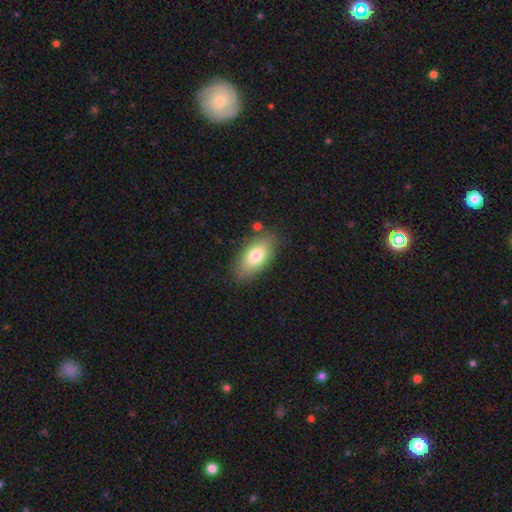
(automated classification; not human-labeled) smooth_or_featured: smooth (p=0.76) [alt: featured or disk p=0.17]
how_rounded: in between (p=0.88) [alt: cigar-shaped p=0.08]
merging: none (p=0.82) [alt: minor disturbance p=0.12]